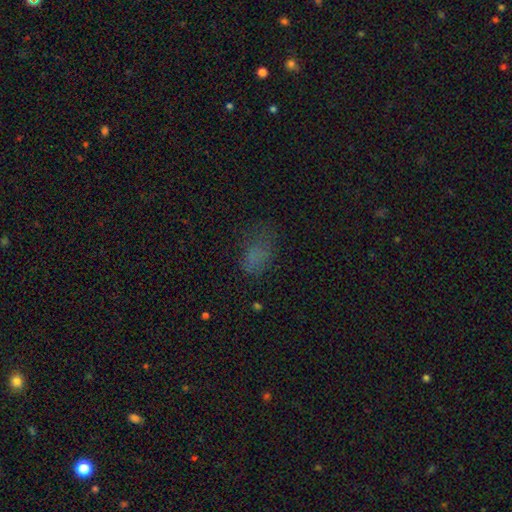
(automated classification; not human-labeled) Smooth or featured: smooth — 64% (star or artifact — 21%)
How rounded: in between — 84% (round — 13%)
Merging: none — 51% (minor disturbance — 25%)